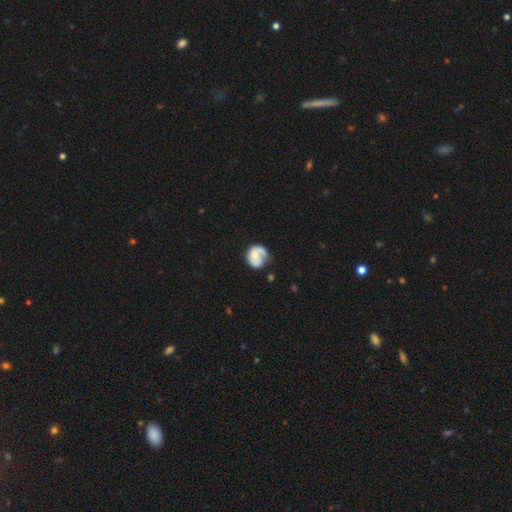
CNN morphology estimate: Overall: featured or disk (54%; smooth 40%). Edge-on disk: no (98%). Bar: no (62%; weak 29%). Spiral arms: yes (76%). Bulge size: small (38%; none 27%). Merging: none (49%; minor disturbance 25%).